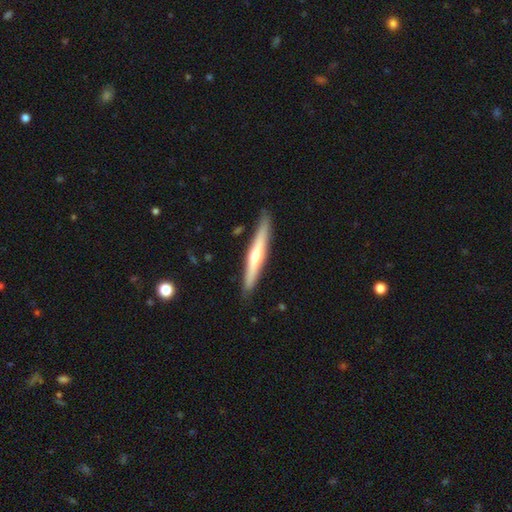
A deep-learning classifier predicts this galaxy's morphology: smooth-or-featured: featured or disk: 60% | smooth: 35% | star or artifact: 5%
  disk-edge-on: yes: 96% | no: 4%
    edge-on-bulge: rounded: 78% | none: 18% | boxy: 4%
  merging: none: 89% | minor disturbance: 8% | major disturbance: 1% | merger: 1%